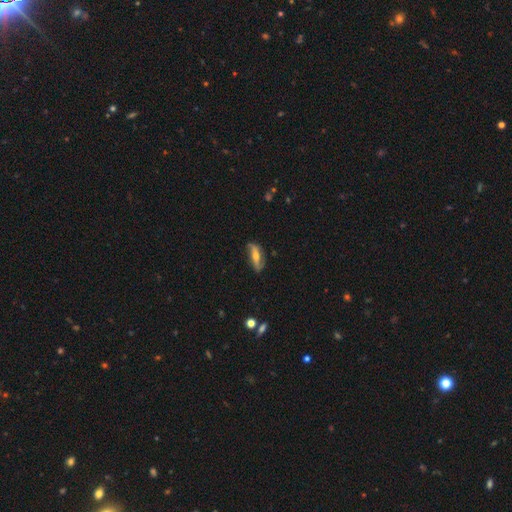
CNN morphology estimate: Q: Smooth or featured?
A: featured or disk (69%); runner-up: smooth (25%)
Q: Edge-on disk?
A: no (81%); runner-up: yes (19%)
Q: Bar?
A: strong (38%); runner-up: no (33%)
Q: Spiral arms?
A: yes (86%); runner-up: no (14%)
Q: Bulge size?
A: moderate (58%); runner-up: small (35%)
Q: Merging?
A: none (71%); runner-up: minor disturbance (21%)